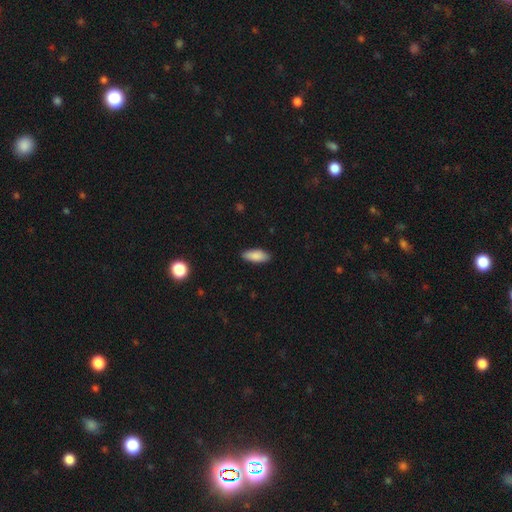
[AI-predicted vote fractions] Smooth or featured? Predicted: smooth (p=0.87). How rounded? Predicted: in between (p=0.76). Merging? Predicted: none (p=0.88).